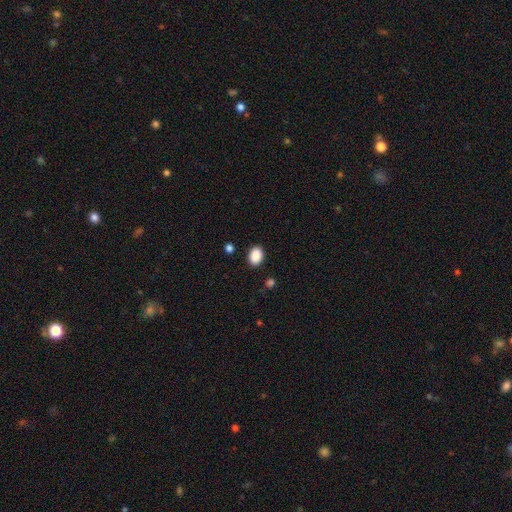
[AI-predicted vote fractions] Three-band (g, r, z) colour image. It shows a smooth galaxy with no disk features (90%) that is in between round and cigar-shaped (75%). Merging: none (88%).